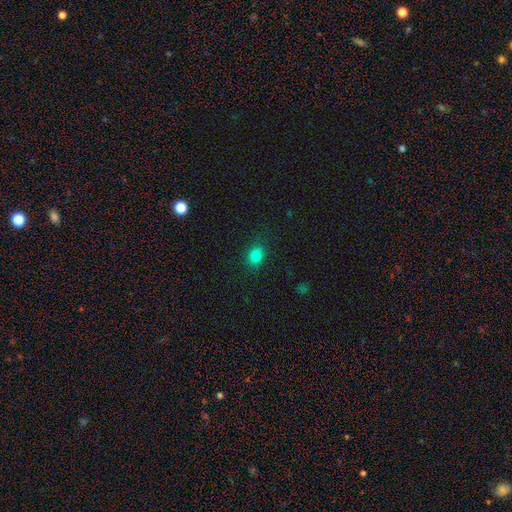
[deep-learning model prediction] The model was most divided on "how rounded": in between: 50%, round: 49%, cigar-shaped: 1%. More confident: merging — none (85%); smooth or featured — smooth (82%).